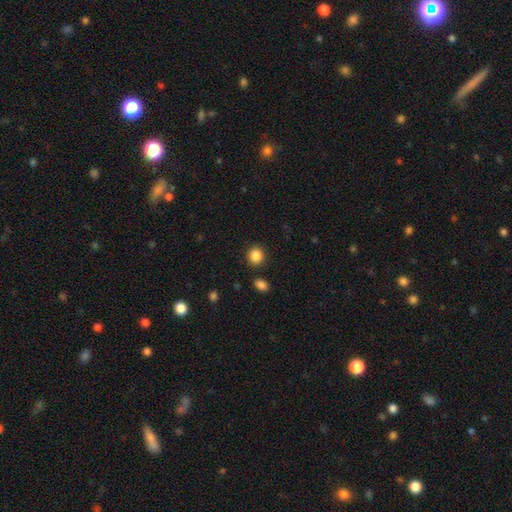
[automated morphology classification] smooth-or-featured: smooth: 87% | star or artifact: 9% | featured or disk: 4%
  how-rounded: round: 87% | in between: 12% | cigar-shaped: 1%
  merging: none: 87% | minor disturbance: 7% | merger: 3% | major disturbance: 2%